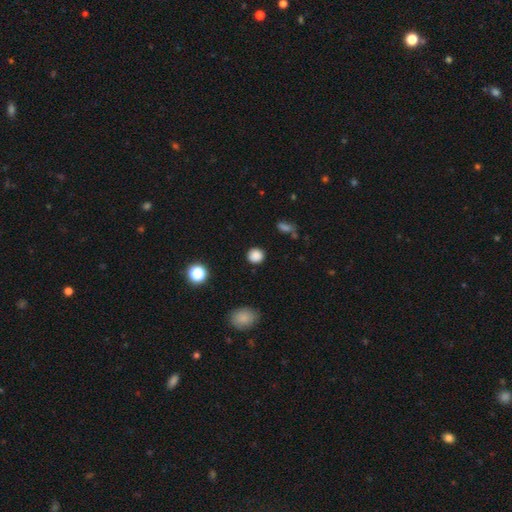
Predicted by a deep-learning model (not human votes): Smooth or featured: smooth — 84% (star or artifact — 12%)
How rounded: round — 87% (in between — 12%)
Merging: none — 88% (minor disturbance — 8%)